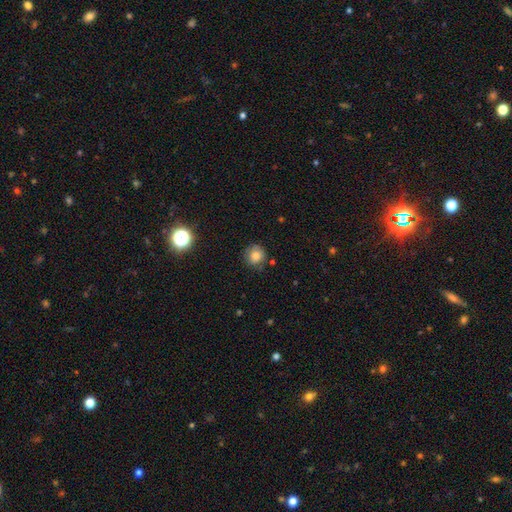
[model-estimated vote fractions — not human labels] Smooth or featured? smooth (77%)
How rounded? round (89%)
Merging? none (76%)